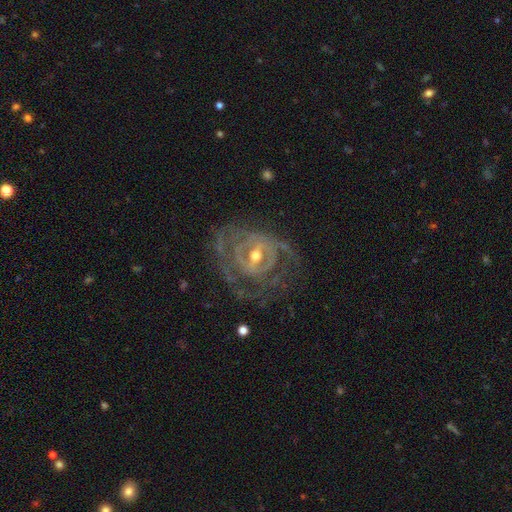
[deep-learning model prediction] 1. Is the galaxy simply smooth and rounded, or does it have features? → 84% featured or disk, 8% star or artifact, 7% smooth.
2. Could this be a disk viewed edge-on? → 96% no, 4% yes.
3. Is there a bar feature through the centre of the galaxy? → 42% weak, 34% no, 24% strong.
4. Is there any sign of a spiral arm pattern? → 82% yes, 18% no.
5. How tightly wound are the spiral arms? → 65% tight, 27% medium, 9% loose.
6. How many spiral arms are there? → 42% can't tell, 25% 2, 15% 3, 7% 4, 6% 1, 5% more than 4.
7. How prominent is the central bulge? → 51% moderate, 44% small, 3% large, 1% none, 1% dominant.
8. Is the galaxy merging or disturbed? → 62% none, 18% major disturbance, 18% minor disturbance, 2% merger.